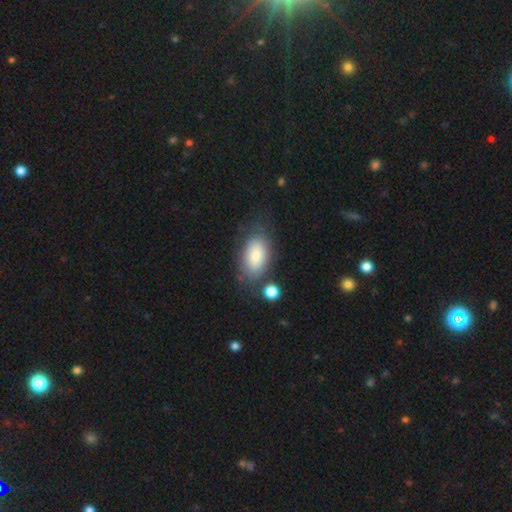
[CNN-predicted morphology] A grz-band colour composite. It shows a smooth galaxy with no disk features (81%) that is in between round and cigar-shaped (93%). Merging: none (67%).